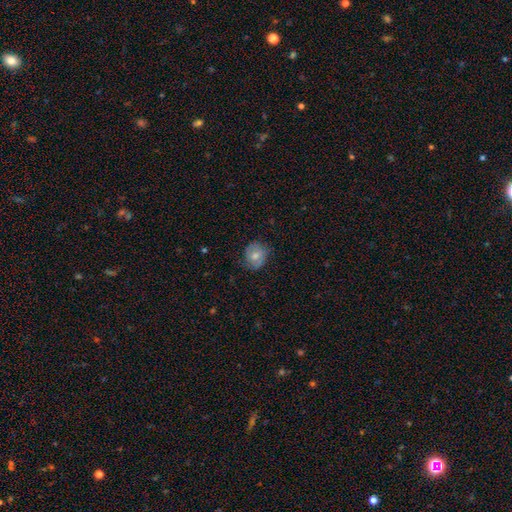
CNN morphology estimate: Q: Smooth or featured?
A: smooth (62%); runner-up: featured or disk (30%)
Q: How rounded?
A: round (69%); runner-up: in between (30%)
Q: Merging?
A: none (70%); runner-up: minor disturbance (22%)